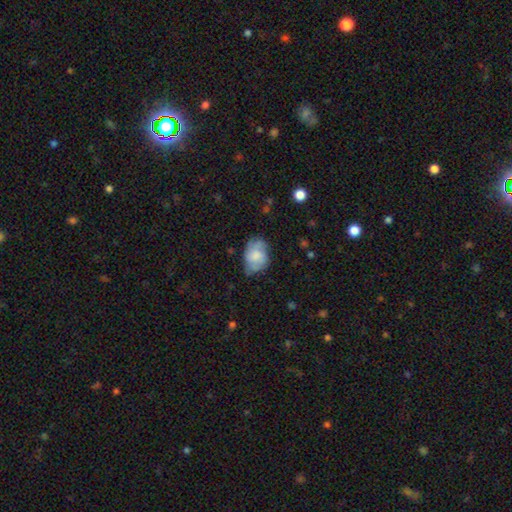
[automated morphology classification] Q: Smooth or featured?
A: smooth (56%); runner-up: featured or disk (37%)
Q: How rounded?
A: in between (77%); runner-up: round (22%)
Q: Merging?
A: none (60%); runner-up: minor disturbance (29%)